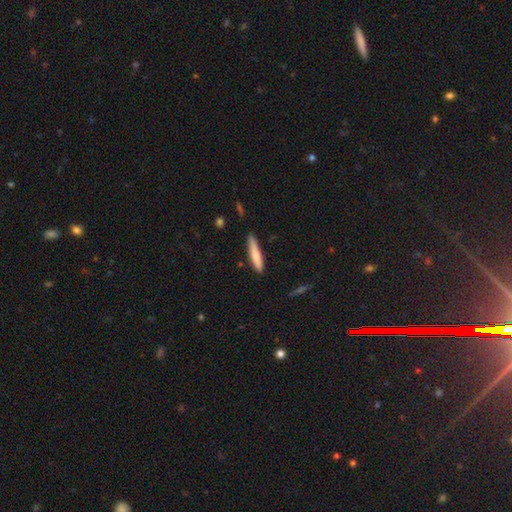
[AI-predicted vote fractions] A smooth galaxy with no disk features (75%) that is cigar-shaped (89%).

Vote fractions:
- Smooth or featured? smooth: 75% / featured or disk: 19% / star or artifact: 6%
- How rounded? cigar-shaped: 89% / in between: 10% / round: 1%
- Merging? none: 83% / minor disturbance: 13% / major disturbance: 2% / merger: 2%